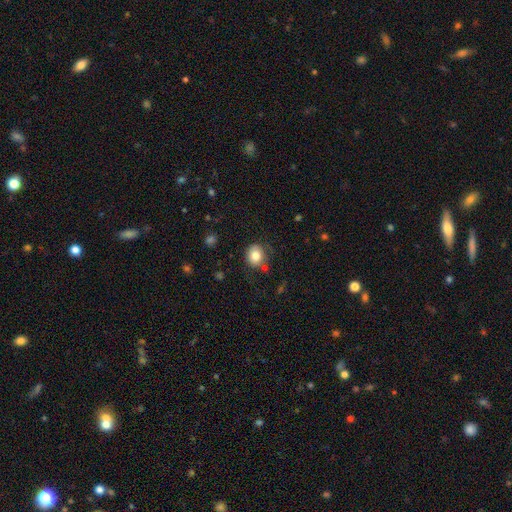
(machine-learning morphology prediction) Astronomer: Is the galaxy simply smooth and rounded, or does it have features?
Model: smooth — 81%.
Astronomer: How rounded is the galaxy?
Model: round — 76%.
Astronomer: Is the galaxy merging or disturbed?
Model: none — 74%.